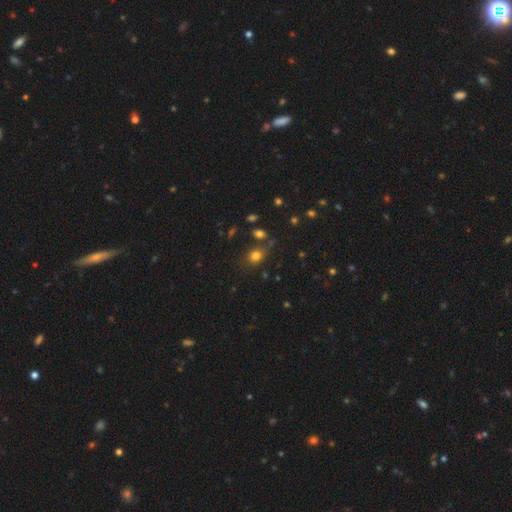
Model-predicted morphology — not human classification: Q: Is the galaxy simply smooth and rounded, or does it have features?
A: smooth — 77%.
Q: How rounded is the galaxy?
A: round — 54%.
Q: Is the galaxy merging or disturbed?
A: none — 68%.